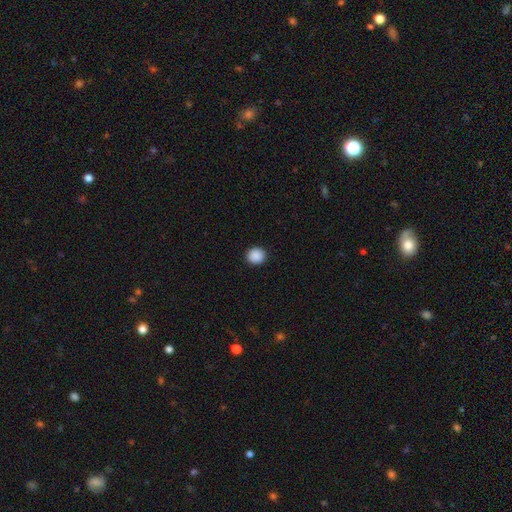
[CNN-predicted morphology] The model was most divided on "how rounded": round: 89%, in between: 10%, cigar-shaped: 1%. More confident: merging — none (92%); smooth or featured — smooth (90%).